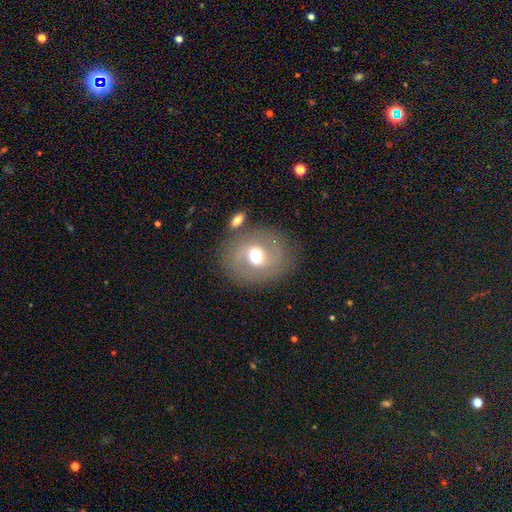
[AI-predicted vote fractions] Morphology: type=featured or disk (49%); merging=none (70%).